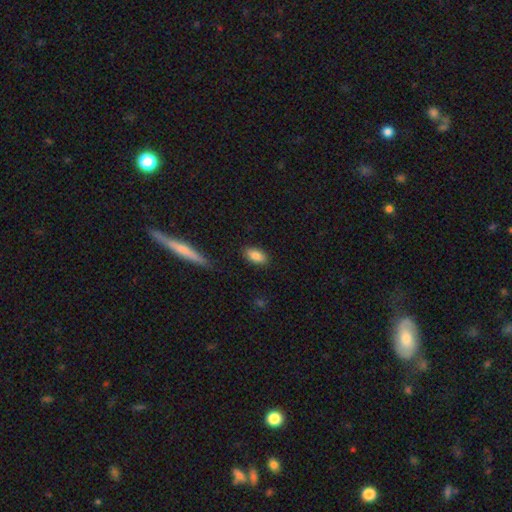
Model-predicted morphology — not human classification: smooth 87%, star or artifact 7%, featured or disk 6%. Down the decision tree: how rounded — in between (91%); merging — none (85%).